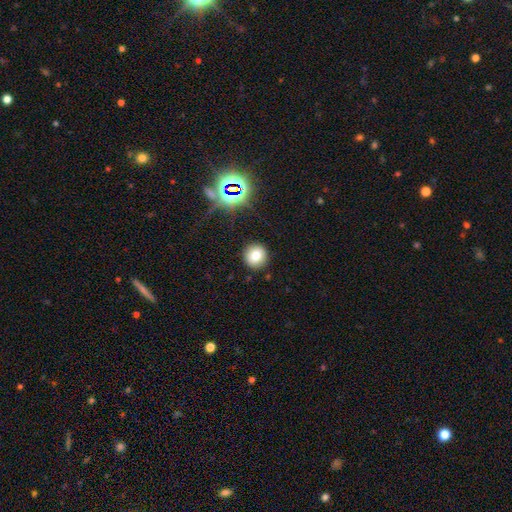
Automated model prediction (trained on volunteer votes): Overall: smooth (74%). How rounded: round (94%). Merging: none (90%).